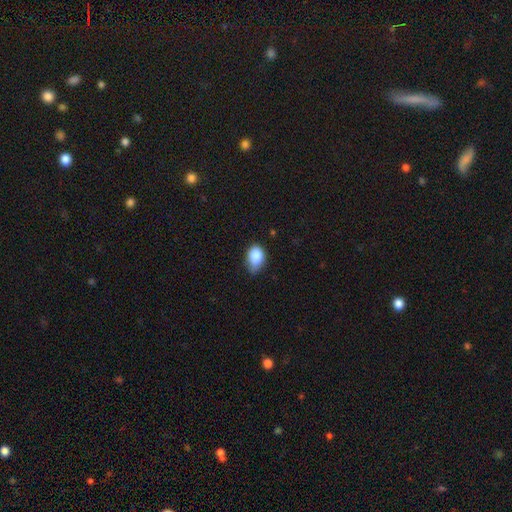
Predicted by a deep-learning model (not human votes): A smooth galaxy with no disk features (86%) that is in between round and cigar-shaped (79%). Merging: none (46%).